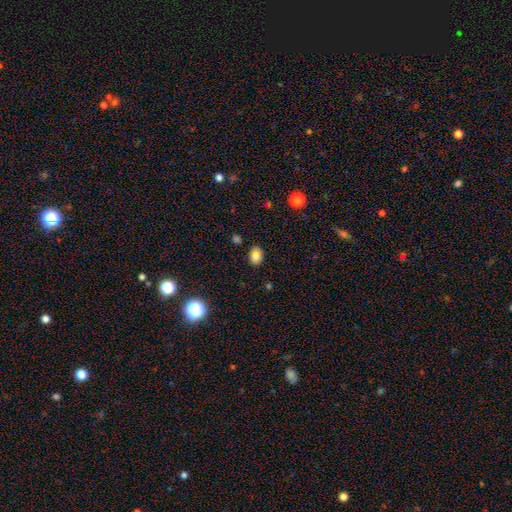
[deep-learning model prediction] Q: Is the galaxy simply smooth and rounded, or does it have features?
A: smooth — 77%.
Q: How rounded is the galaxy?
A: in between — 50%.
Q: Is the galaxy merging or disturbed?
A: none — 79%.